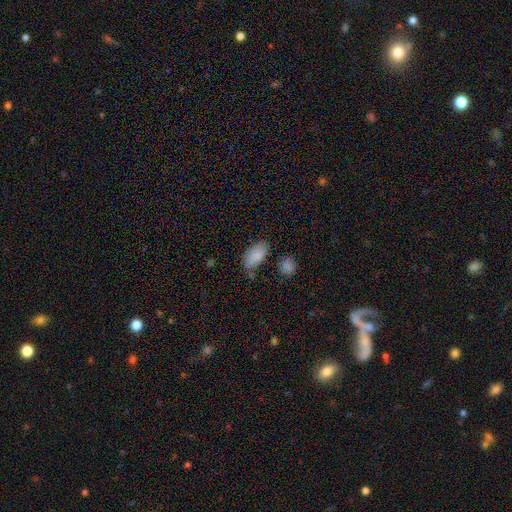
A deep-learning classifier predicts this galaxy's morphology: smooth_or_featured: smooth (p=0.84) [alt: featured or disk p=0.08]
how_rounded: in between (p=0.93) [alt: cigar-shaped p=0.04]
merging: none (p=0.58) [alt: minor disturbance p=0.27]